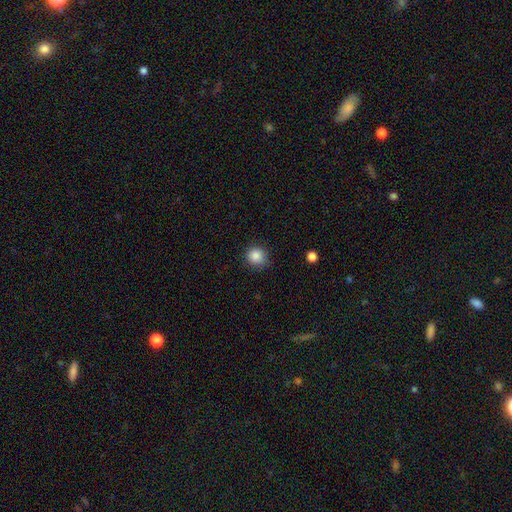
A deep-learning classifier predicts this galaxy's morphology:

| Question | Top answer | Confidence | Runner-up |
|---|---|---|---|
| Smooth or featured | smooth | 86% | star or artifact (10%) |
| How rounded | round | 91% | in between (8%) |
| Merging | none | 84% | minor disturbance (12%) |